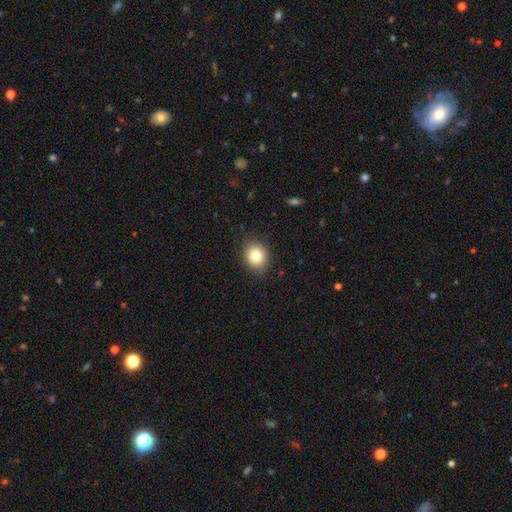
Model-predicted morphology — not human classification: smooth-or-featured: smooth: 81% | star or artifact: 10% | featured or disk: 9%
  how-rounded: round: 70% | in between: 29% | cigar-shaped: 1%
  merging: none: 88% | minor disturbance: 9% | major disturbance: 2% | merger: 1%